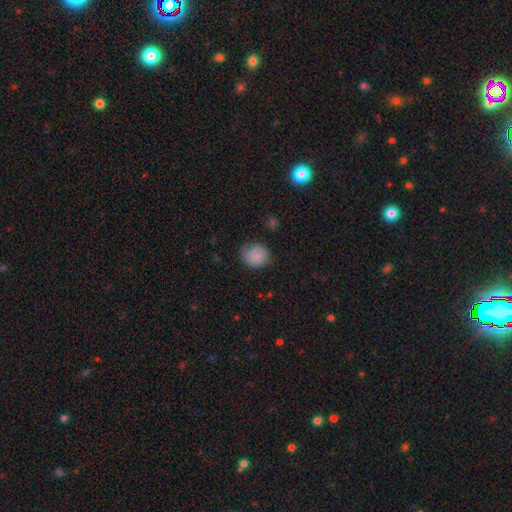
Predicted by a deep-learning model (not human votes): A smooth galaxy with no disk features (85%) that is round (73%).

Vote fractions:
- Smooth or featured? smooth: 85% / star or artifact: 9% / featured or disk: 6%
- How rounded? round: 73% / in between: 26% / cigar-shaped: 1%
- Merging? none: 73% / minor disturbance: 21% / major disturbance: 4% / merger: 1%